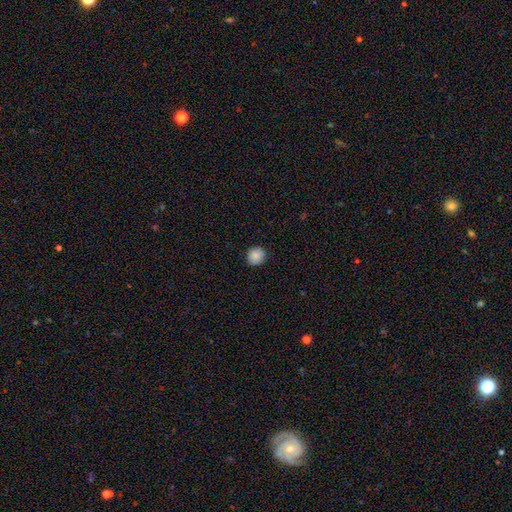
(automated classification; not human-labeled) Q: Smooth or featured?
A: smooth (88%); runner-up: star or artifact (9%)
Q: How rounded?
A: round (87%); runner-up: in between (12%)
Q: Merging?
A: none (90%); runner-up: minor disturbance (8%)